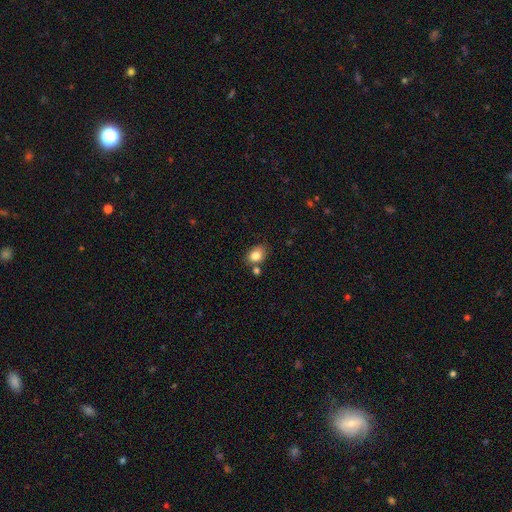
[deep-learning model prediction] smooth-or-featured: smooth: 83% | star or artifact: 10% | featured or disk: 8%
  how-rounded: in between: 62% | round: 37% | cigar-shaped: 1%
  merging: none: 66% | minor disturbance: 16% | merger: 14% | major disturbance: 4%